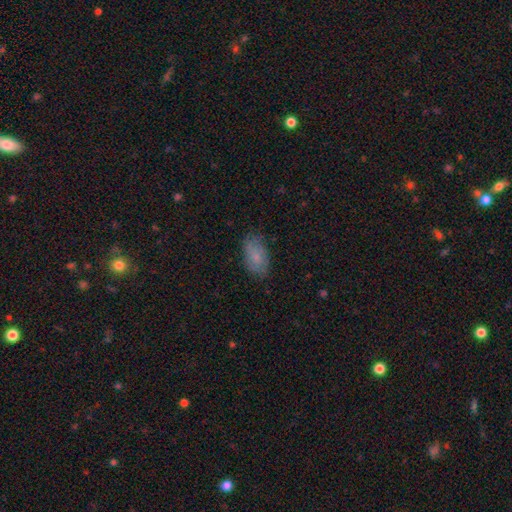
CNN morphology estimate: smooth-or-featured: smooth: 75% | featured or disk: 17% | star or artifact: 8%
  how-rounded: in between: 93% | round: 4% | cigar-shaped: 3%
  merging: none: 76% | minor disturbance: 19% | major disturbance: 4% | merger: 1%